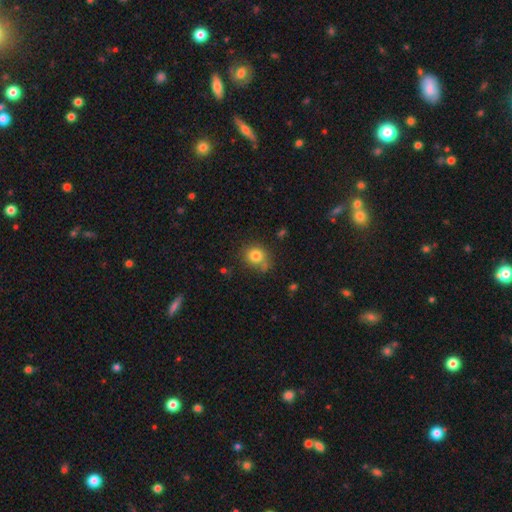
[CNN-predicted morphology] Smooth or featured? smooth (81%)
How rounded? round (79%)
Merging? none (67%)